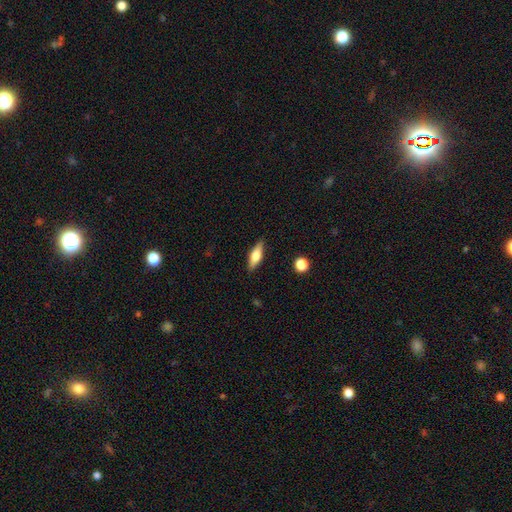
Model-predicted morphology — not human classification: smooth_or_featured: smooth (p=0.55) [alt: featured or disk p=0.38]
how_rounded: in between (p=0.56) [alt: cigar-shaped p=0.40]
merging: none (p=0.87) [alt: minor disturbance p=0.10]